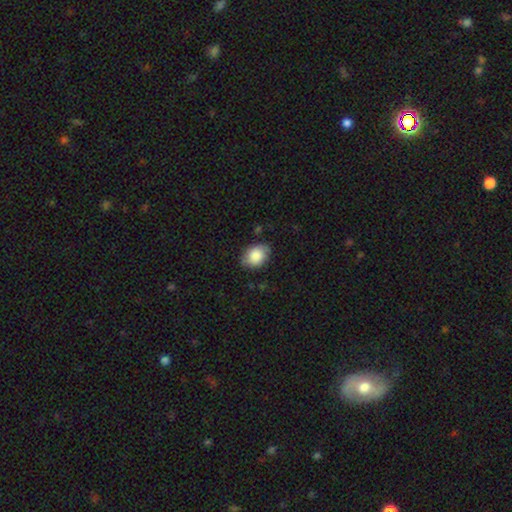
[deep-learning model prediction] The model was most divided on "how rounded": in between: 68%, round: 31%, cigar-shaped: 1%. More confident: smooth or featured — smooth (83%); merging — none (75%).